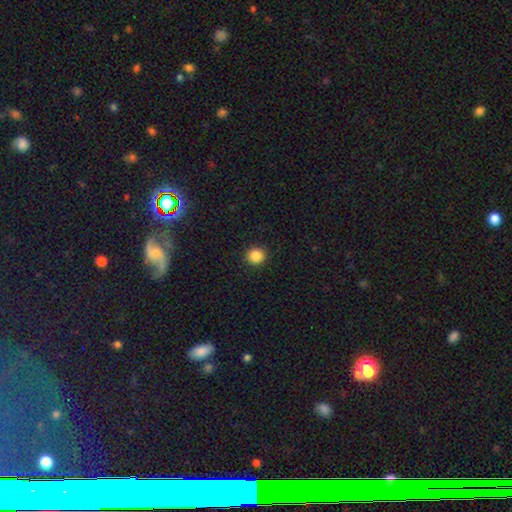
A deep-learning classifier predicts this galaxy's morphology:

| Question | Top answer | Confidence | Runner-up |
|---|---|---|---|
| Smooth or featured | smooth | 86% | star or artifact (11%) |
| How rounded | round | 91% | in between (8%) |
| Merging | none | 92% | minor disturbance (5%) |